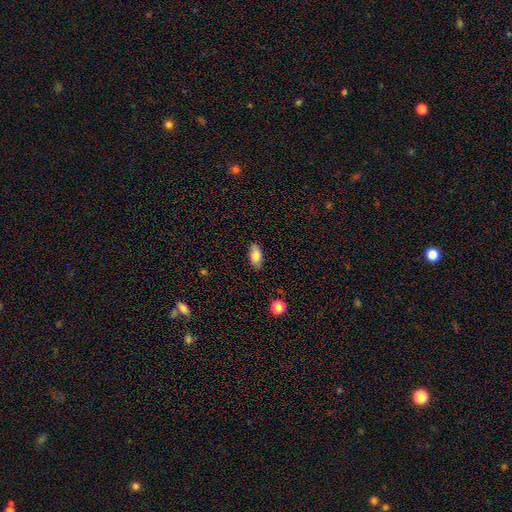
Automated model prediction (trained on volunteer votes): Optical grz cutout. It shows a smooth galaxy with no disk features (83%) that is in between round and cigar-shaped (90%). Merging: none (85%).